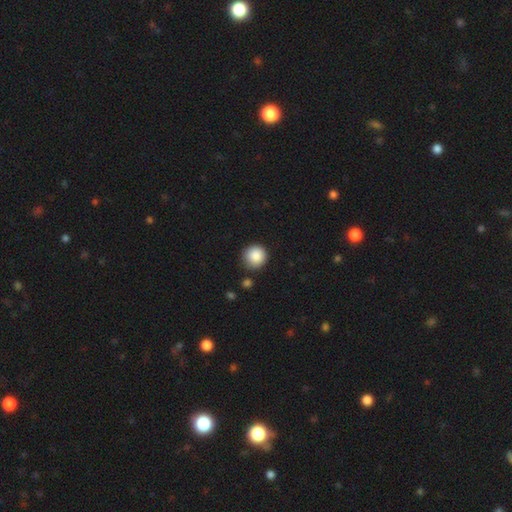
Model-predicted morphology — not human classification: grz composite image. It shows a smooth galaxy with no disk features (88%) that is round (93%). Merging: none (83%).